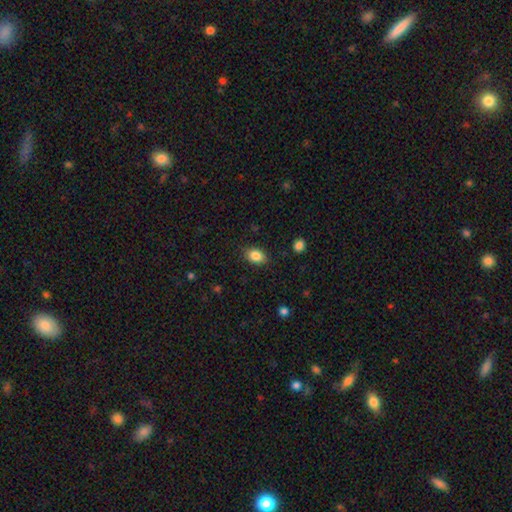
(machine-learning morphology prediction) smooth 86%, star or artifact 9%, featured or disk 6%. Down the decision tree: how rounded — in between (80%); merging — none (85%).